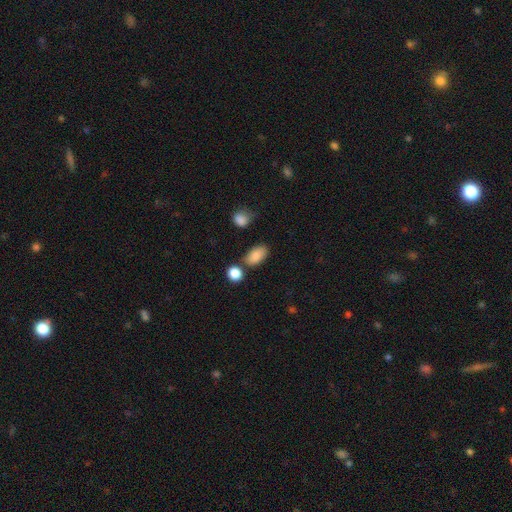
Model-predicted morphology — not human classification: This is clearly a smooth galaxy (86%). How rounded: clearly in between (90%). Merging: likely none (72%).